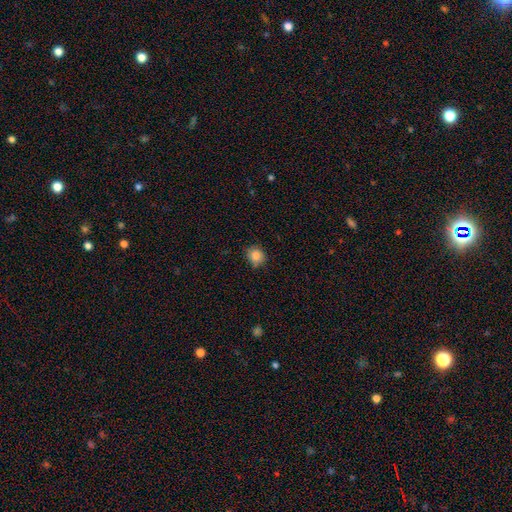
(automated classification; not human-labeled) This appears to be a smooth galaxy with no disk features (84%) that is round (78%). Merging: none (83%).